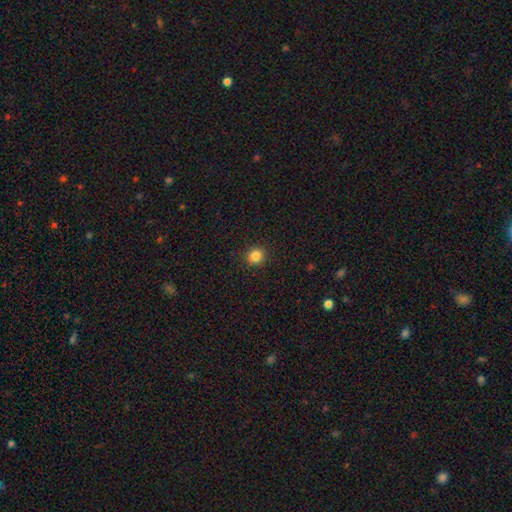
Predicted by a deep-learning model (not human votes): This appears to be a smooth galaxy with no disk features (83%) that is round (91%). Merging: none (90%).